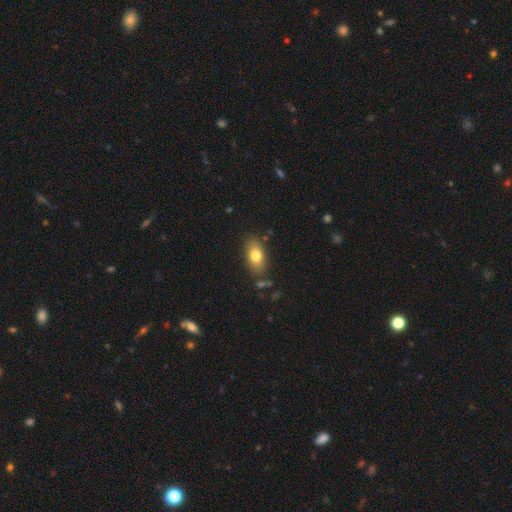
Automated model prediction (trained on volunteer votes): Overall: smooth (78%). How rounded: in between (86%). Merging: none (81%).